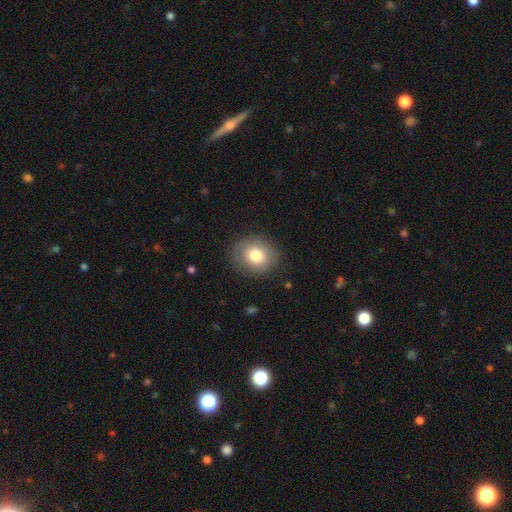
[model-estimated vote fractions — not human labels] smooth 80%, featured or disk 11%, star or artifact 9%. Down the decision tree: how rounded — round (75%); merging — none (87%).